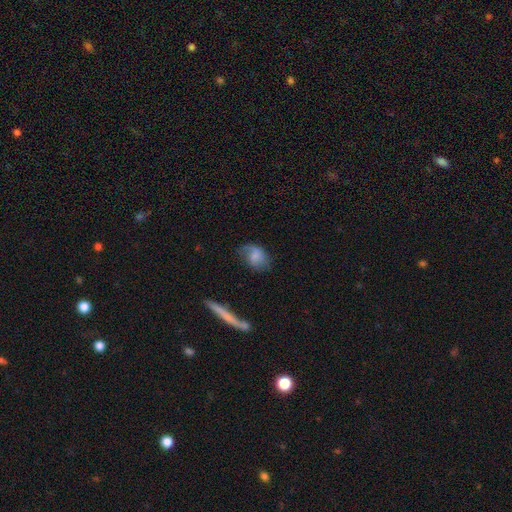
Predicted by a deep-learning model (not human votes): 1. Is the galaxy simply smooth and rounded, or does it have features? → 56% smooth, 35% featured or disk, 9% star or artifact.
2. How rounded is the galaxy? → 68% in between, 29% round, 3% cigar-shaped.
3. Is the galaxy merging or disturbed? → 49% none, 29% minor disturbance, 19% major disturbance, 3% merger.